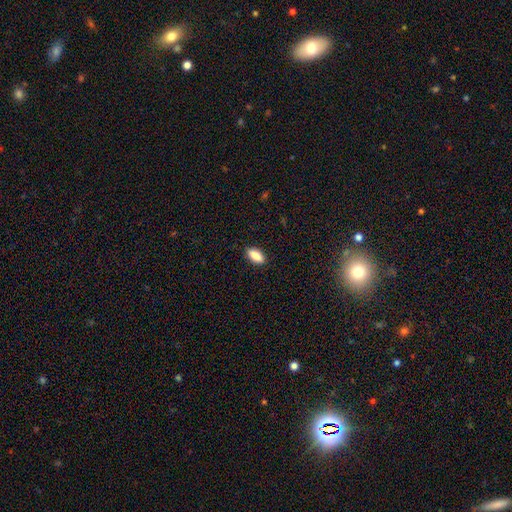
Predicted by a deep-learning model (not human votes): Smooth or featured? smooth (88%)
How rounded? in between (86%)
Merging? none (88%)